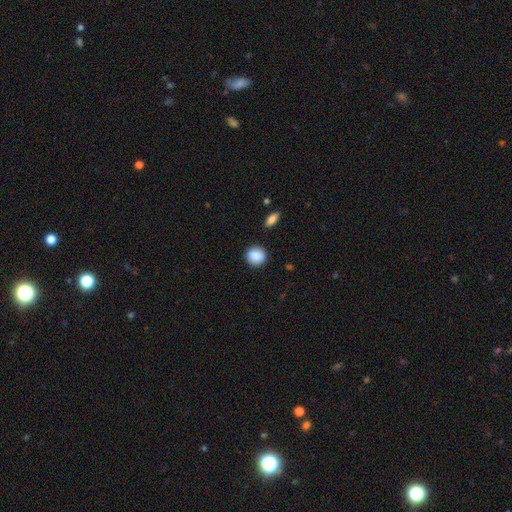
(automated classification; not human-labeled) smooth-or-featured: smooth: 89% | star or artifact: 8% | featured or disk: 4%
  how-rounded: round: 84% | in between: 15% | cigar-shaped: 1%
  merging: none: 87% | minor disturbance: 9% | major disturbance: 3% | merger: 2%